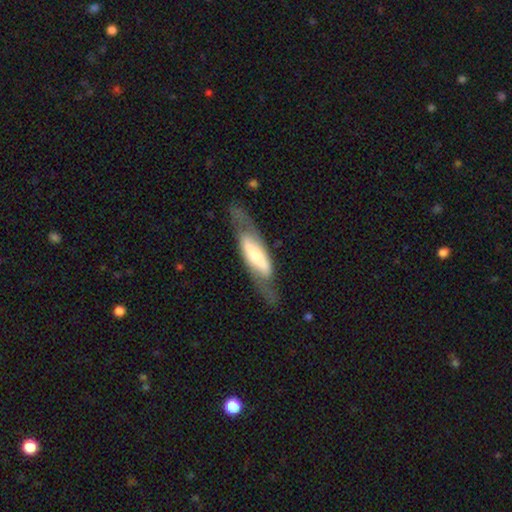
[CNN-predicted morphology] smooth-or-featured: featured or disk: 64% | smooth: 31% | star or artifact: 5%
  disk-edge-on: no: 67% | yes: 33%
  merging: none: 64% | minor disturbance: 19% | major disturbance: 15% | merger: 2%